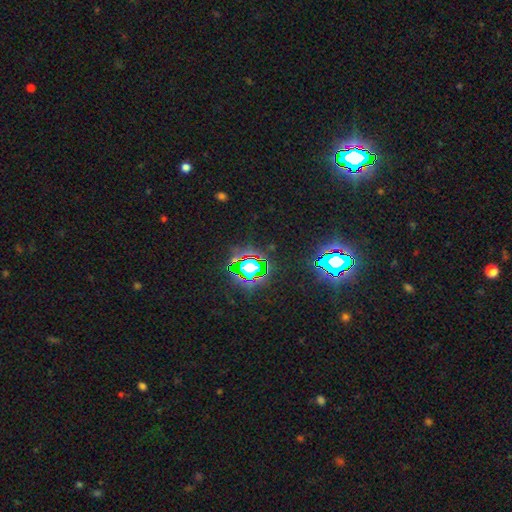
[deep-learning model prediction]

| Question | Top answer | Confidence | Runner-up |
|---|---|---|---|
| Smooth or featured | star or artifact | 84% | smooth (9%) |